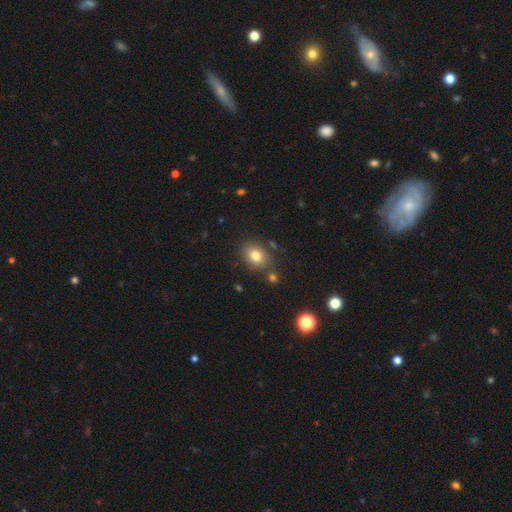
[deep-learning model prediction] Morphology: type=smooth (80%); roundness=in between (61%); merging=none (79%).